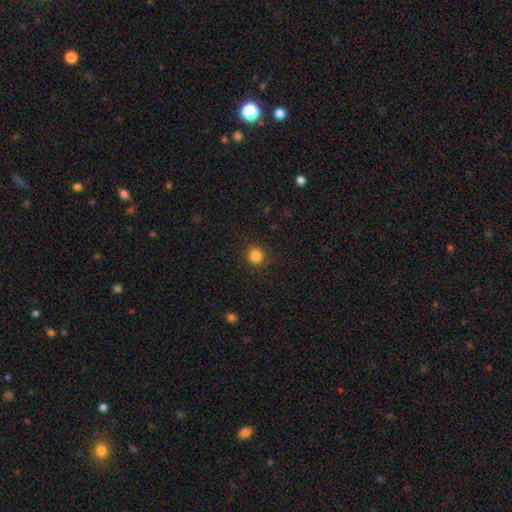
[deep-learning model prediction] Morphology: type=smooth (84%); roundness=round (93%); merging=none (90%).